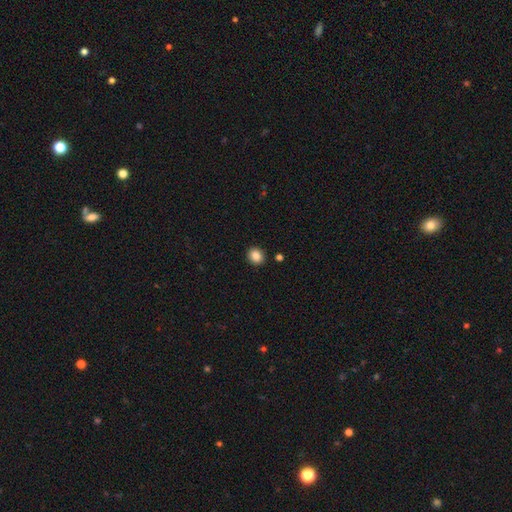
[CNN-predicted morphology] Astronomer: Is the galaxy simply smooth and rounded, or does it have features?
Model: smooth — 86%.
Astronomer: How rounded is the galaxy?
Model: round — 72%.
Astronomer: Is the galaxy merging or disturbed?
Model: none — 90%.